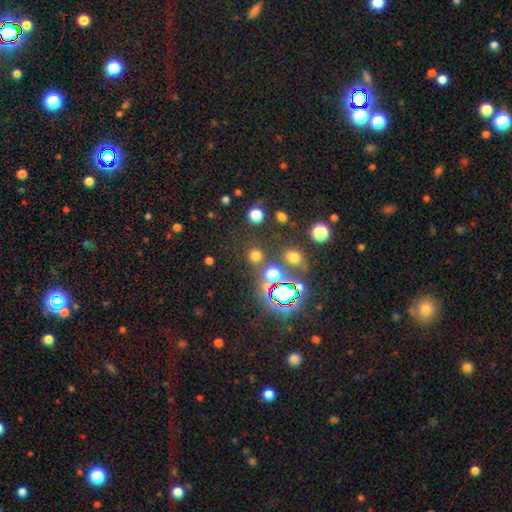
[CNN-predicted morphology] This is likely a smooth galaxy (66%). How rounded: clearly round (92%). Merging: likely none (80%).